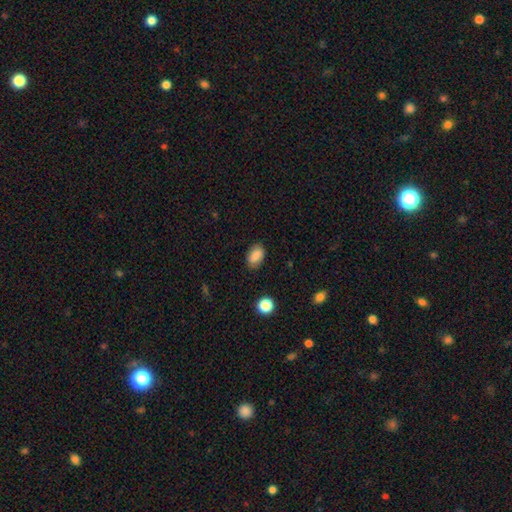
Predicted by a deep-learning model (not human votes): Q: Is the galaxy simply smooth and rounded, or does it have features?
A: smooth — 86%.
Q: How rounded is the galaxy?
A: in between — 88%.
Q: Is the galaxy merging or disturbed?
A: none — 84%.